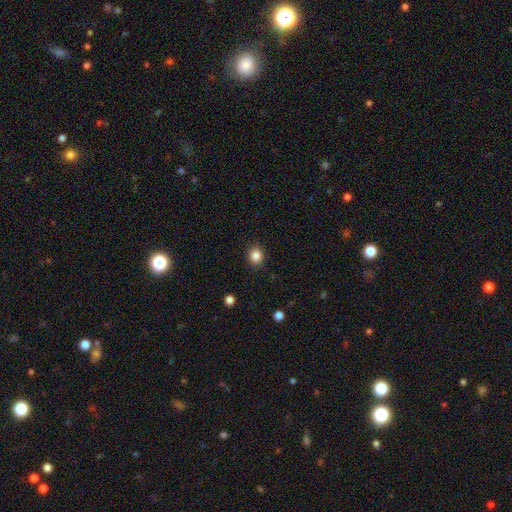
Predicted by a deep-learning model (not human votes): smooth-or-featured: smooth: 85% | star or artifact: 11% | featured or disk: 4%
  how-rounded: round: 80% | in between: 19% | cigar-shaped: 1%
  merging: none: 90% | minor disturbance: 7% | major disturbance: 2% | merger: 1%